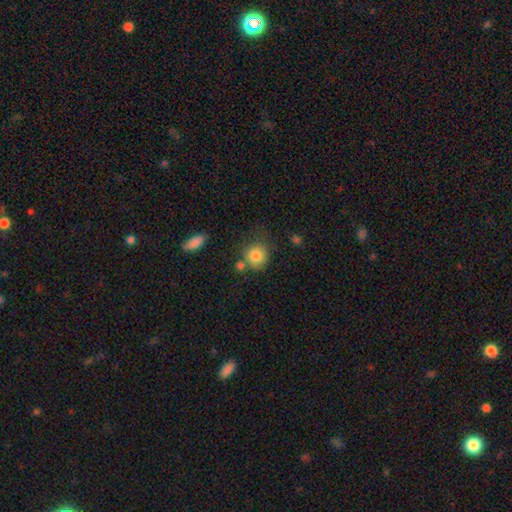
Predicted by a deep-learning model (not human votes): smooth 83%, star or artifact 10%, featured or disk 7%. Down the decision tree: how rounded — round (85%); merging — none (64%).